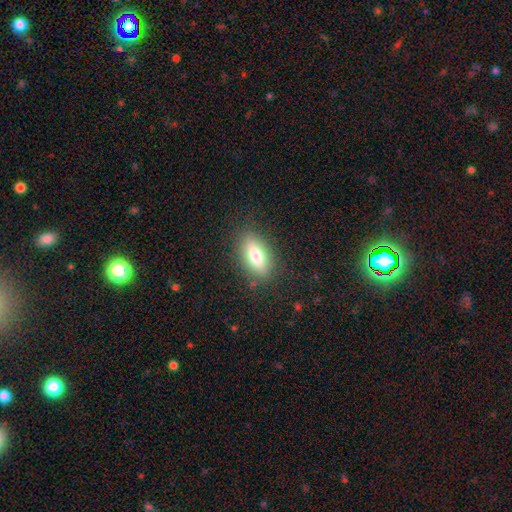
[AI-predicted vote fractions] This appears to be a smooth galaxy with no disk features (71%) that is in between round and cigar-shaped (77%). Merging: none (85%).